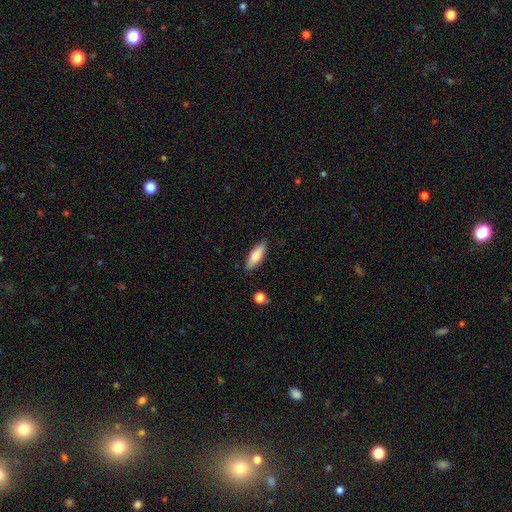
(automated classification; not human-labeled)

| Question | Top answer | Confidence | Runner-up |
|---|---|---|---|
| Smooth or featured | smooth | 75% | featured or disk (19%) |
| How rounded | in between | 55% | cigar-shaped (43%) |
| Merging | none | 85% | minor disturbance (11%) |